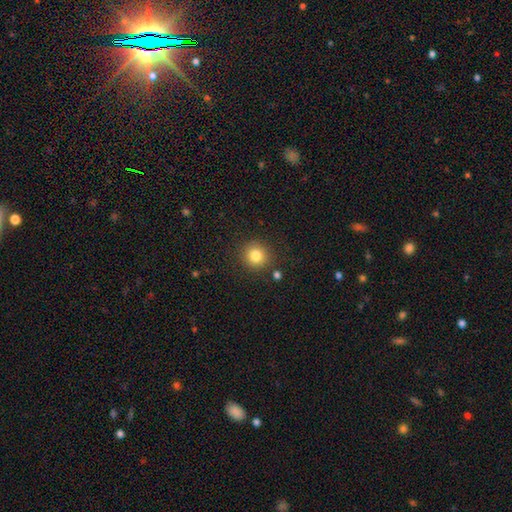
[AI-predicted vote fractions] Smooth or featured: smooth — 82% (star or artifact — 12%)
How rounded: round — 92% (in between — 7%)
Merging: none — 87% (minor disturbance — 7%)